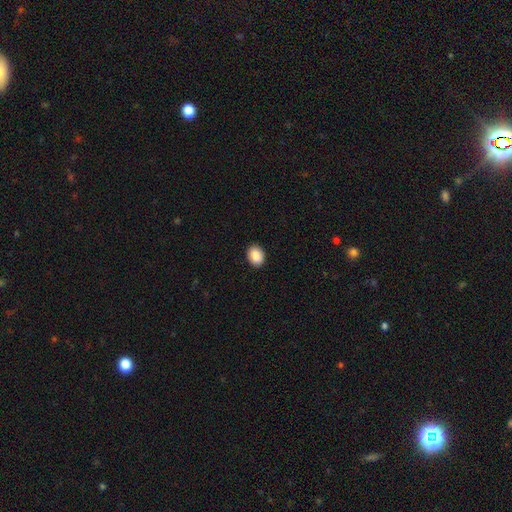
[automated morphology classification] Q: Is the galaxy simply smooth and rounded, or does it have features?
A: smooth — 90%.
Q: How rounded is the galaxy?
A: in between — 59%.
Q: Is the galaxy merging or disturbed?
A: none — 91%.